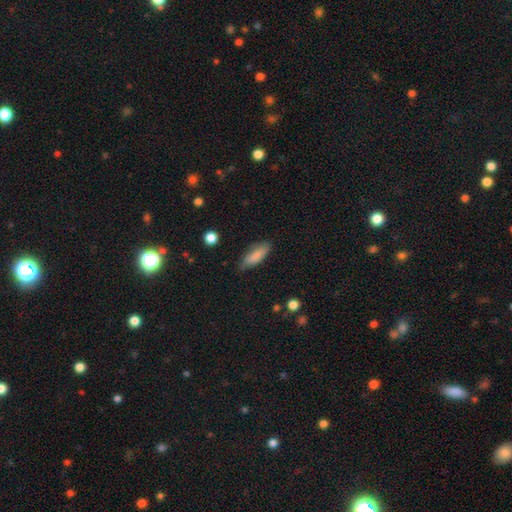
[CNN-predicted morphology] This is clearly a smooth galaxy (85%). How rounded: possibly in between (58%). Merging: likely none (76%).